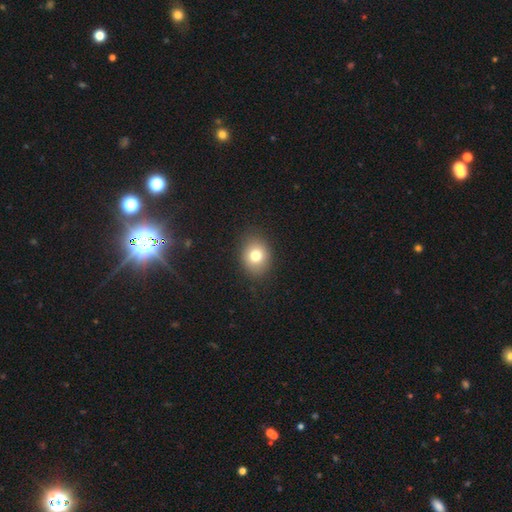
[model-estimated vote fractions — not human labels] Smooth or featured?
  - smooth: 77% *
  - featured or disk: 12%
  - star or artifact: 11%
How rounded?
  - round: 53% *
  - in between: 46%
  - cigar-shaped: 1%
Merging?
  - none: 87% *
  - minor disturbance: 9%
  - major disturbance: 3%
  - merger: 1%